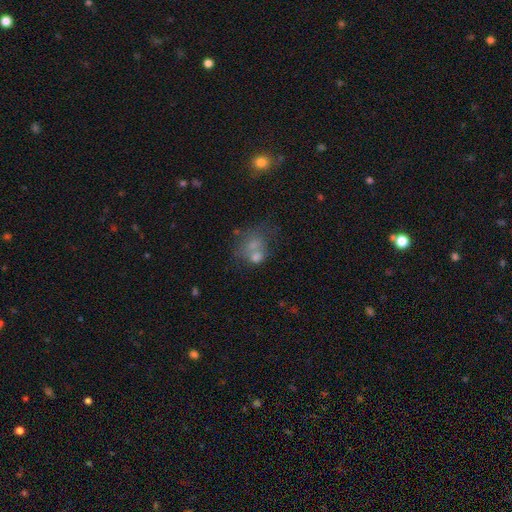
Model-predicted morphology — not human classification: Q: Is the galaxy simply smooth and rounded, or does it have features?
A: smooth — 57%.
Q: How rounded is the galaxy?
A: round — 54%.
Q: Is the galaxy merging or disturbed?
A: merger — 43%.